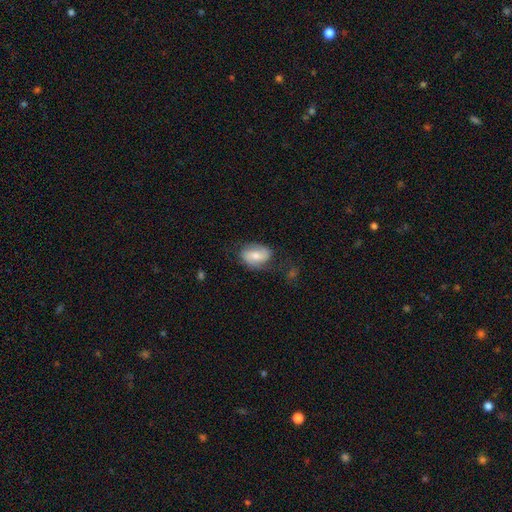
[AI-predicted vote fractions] This appears to be a featured or disk galaxy (47%). Merging: none (63%).